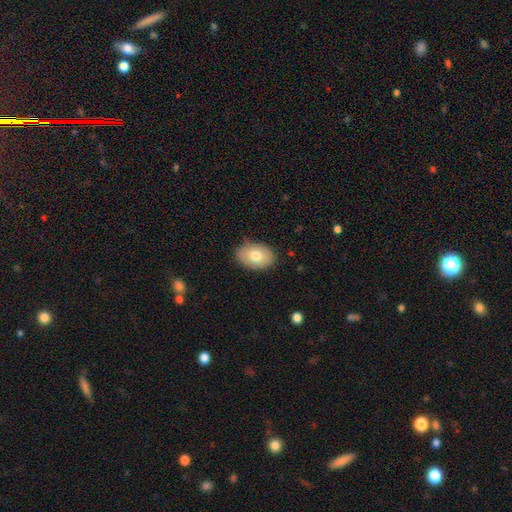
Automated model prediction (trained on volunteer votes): A smooth galaxy with no disk features (75%) that is in between round and cigar-shaped (83%).

Vote fractions:
- Smooth or featured? smooth: 75% / featured or disk: 18% / star or artifact: 7%
- How rounded? in between: 83% / round: 16% / cigar-shaped: 1%
- Merging? none: 84% / minor disturbance: 13% / major disturbance: 2% / merger: 1%